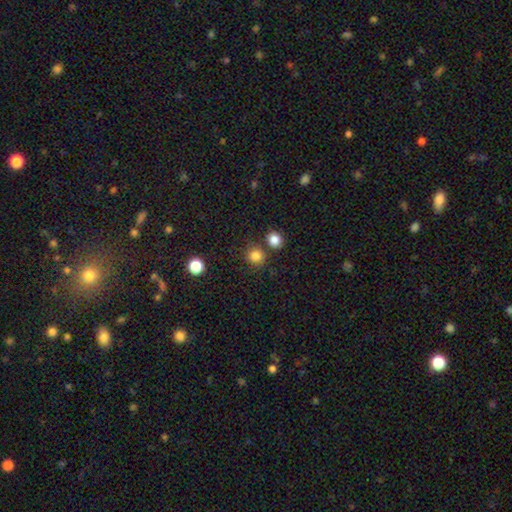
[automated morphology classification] smooth_or_featured: smooth (p=0.82) [alt: star or artifact p=0.13]
how_rounded: round (p=0.89) [alt: in between p=0.10]
merging: none (p=0.75) [alt: merger p=0.13]